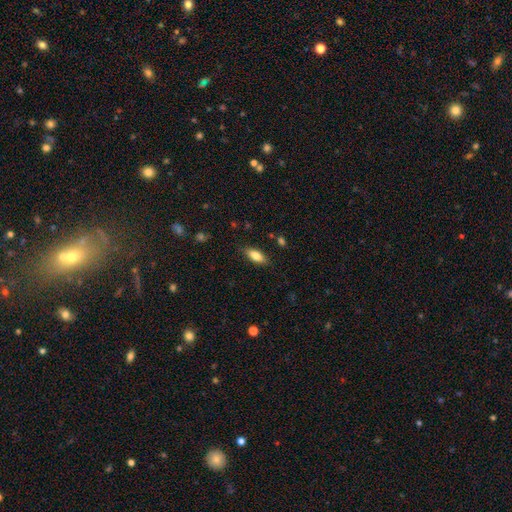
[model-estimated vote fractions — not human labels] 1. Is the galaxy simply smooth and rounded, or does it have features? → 79% smooth, 14% featured or disk, 7% star or artifact.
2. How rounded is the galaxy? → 76% in between, 21% cigar-shaped, 2% round.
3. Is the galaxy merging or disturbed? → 84% none, 12% minor disturbance, 3% major disturbance, 1% merger.